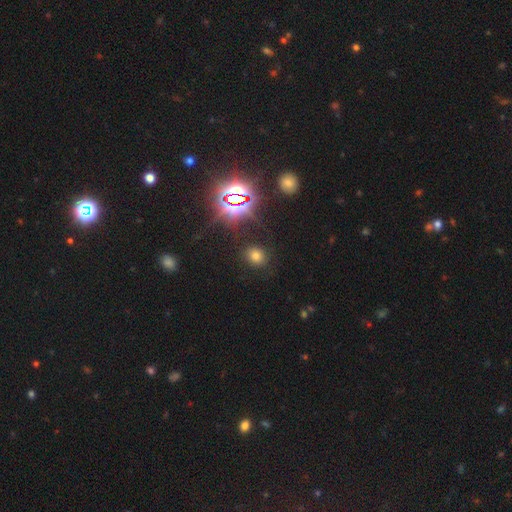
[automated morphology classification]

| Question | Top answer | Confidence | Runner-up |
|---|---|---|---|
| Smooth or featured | smooth | 64% | star or artifact (28%) |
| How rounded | round | 70% | in between (29%) |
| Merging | none | 87% | minor disturbance (8%) |